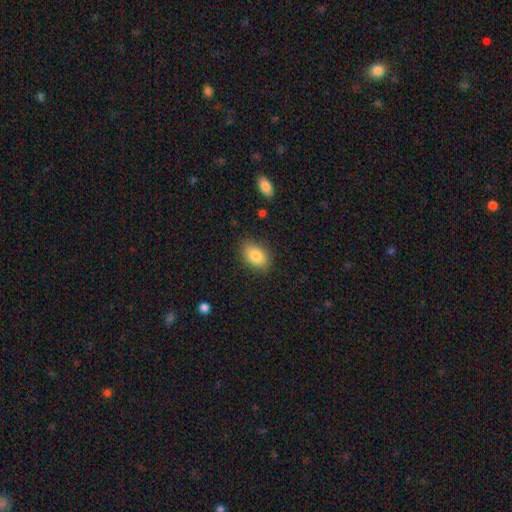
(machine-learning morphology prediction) Smooth or featured: smooth — 84% (featured or disk — 8%)
How rounded: in between — 86% (round — 12%)
Merging: none — 85% (minor disturbance — 11%)